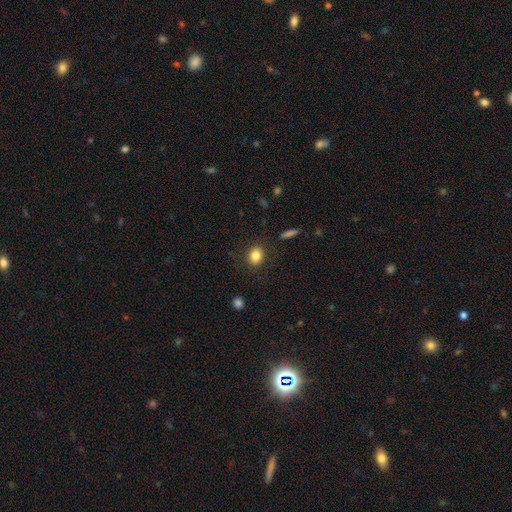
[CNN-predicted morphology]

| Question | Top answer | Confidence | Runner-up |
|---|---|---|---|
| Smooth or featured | smooth | 83% | star or artifact (10%) |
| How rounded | round | 55% | in between (44%) |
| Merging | none | 86% | minor disturbance (10%) |